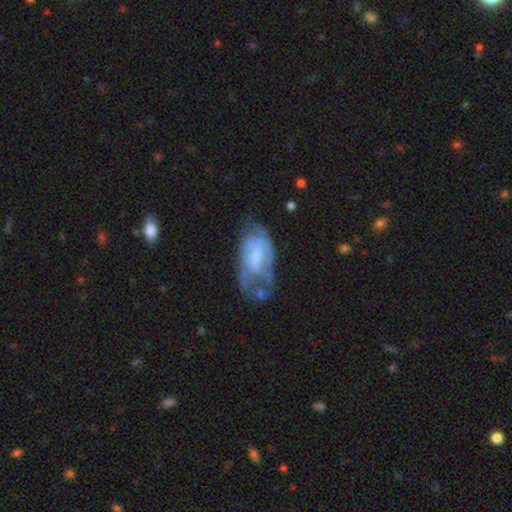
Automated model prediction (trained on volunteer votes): Smooth or featured: featured or disk — 60% (smooth — 32%)
Edge-on disk: no — 94% (yes — 6%)
Bar: no — 51% (weak — 35%)
Spiral arms: no — 54% (yes — 46%)
Bulge size: none — 39% (moderate — 26%)
Merging: none — 35% (major disturbance — 30%)